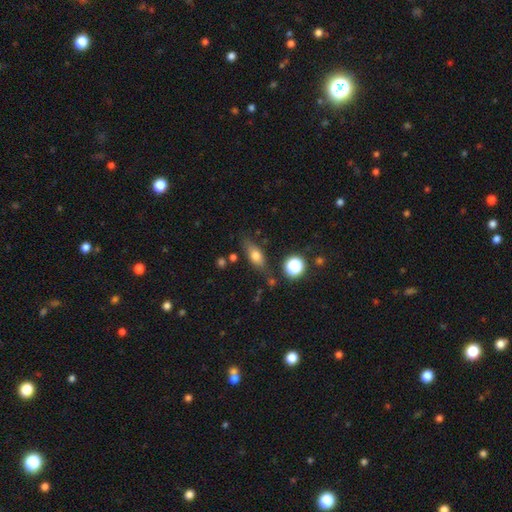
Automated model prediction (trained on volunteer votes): Overall: smooth (67%). How rounded: in between (68%). Merging: none (72%).